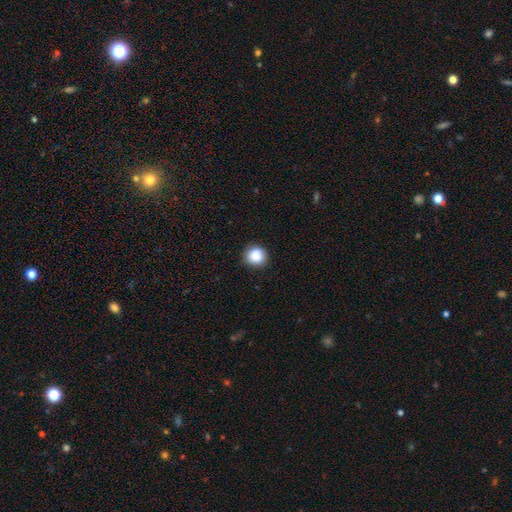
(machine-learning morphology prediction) This is clearly a smooth galaxy (88%). How rounded: clearly round (90%). Merging: clearly none (88%).